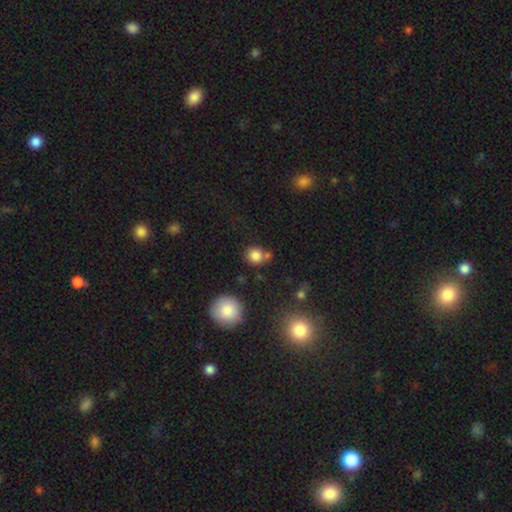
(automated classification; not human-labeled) Morphology: type=smooth (82%); roundness=round (83%); merging=none (65%).